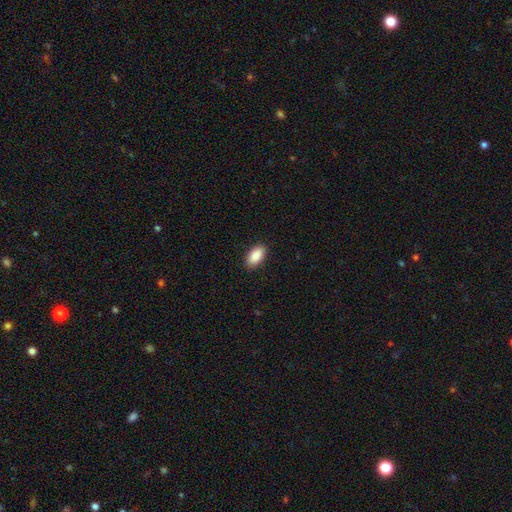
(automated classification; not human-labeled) smooth_or_featured: smooth (p=0.89) [alt: star or artifact p=0.06]
how_rounded: in between (p=0.94) [alt: cigar-shaped p=0.04]
merging: none (p=0.90) [alt: minor disturbance p=0.07]